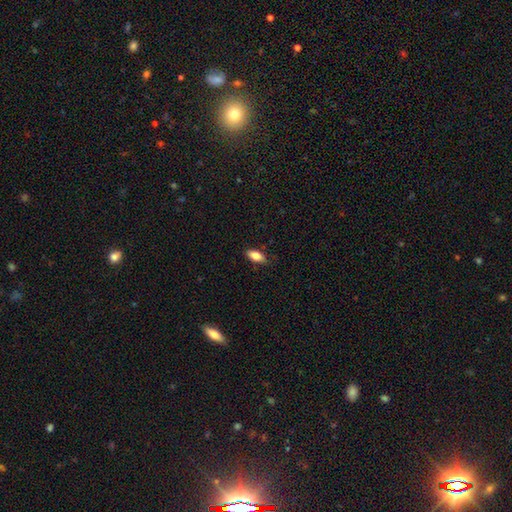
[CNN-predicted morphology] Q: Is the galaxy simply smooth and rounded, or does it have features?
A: smooth — 81%.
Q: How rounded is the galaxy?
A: in between — 86%.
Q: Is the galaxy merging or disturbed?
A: none — 84%.